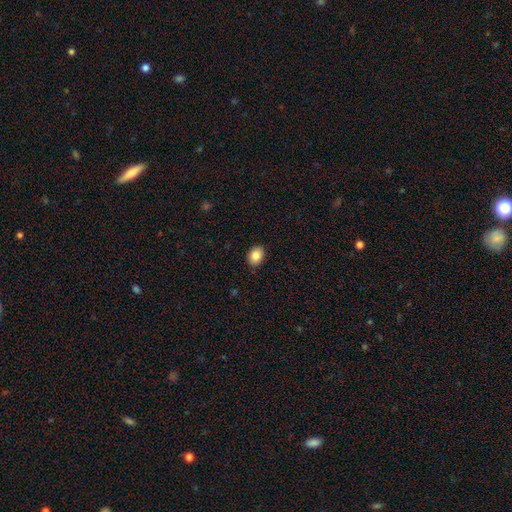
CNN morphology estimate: Smooth or featured? smooth (85%)
How rounded? in between (64%)
Merging? none (89%)